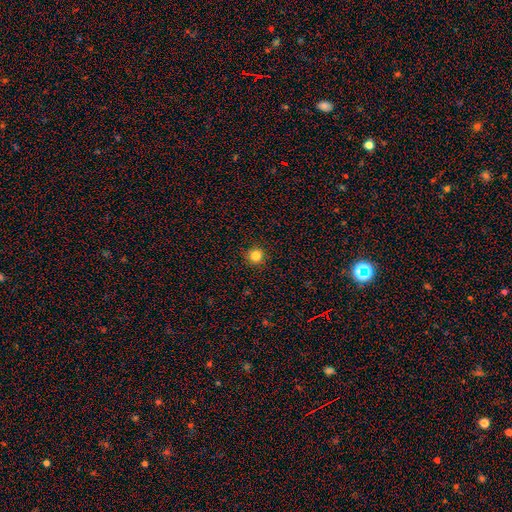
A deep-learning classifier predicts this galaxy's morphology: This is clearly a smooth galaxy (84%). How rounded: clearly round (95%). Merging: clearly none (92%).